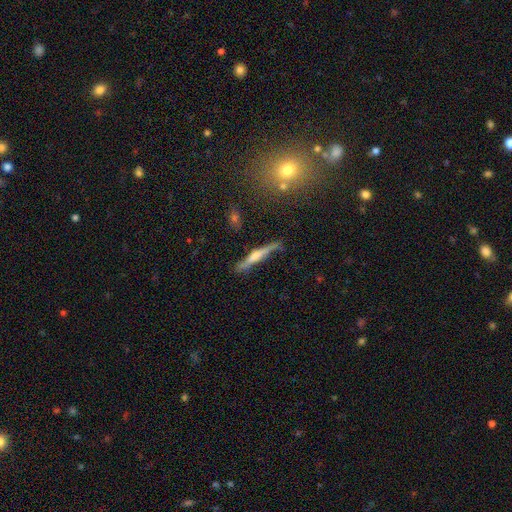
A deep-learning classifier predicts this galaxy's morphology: Smooth or featured? featured or disk (61%)
Edge-on disk? yes (92%)
Edge-on bulge? rounded (58%)
Merging? none (70%)